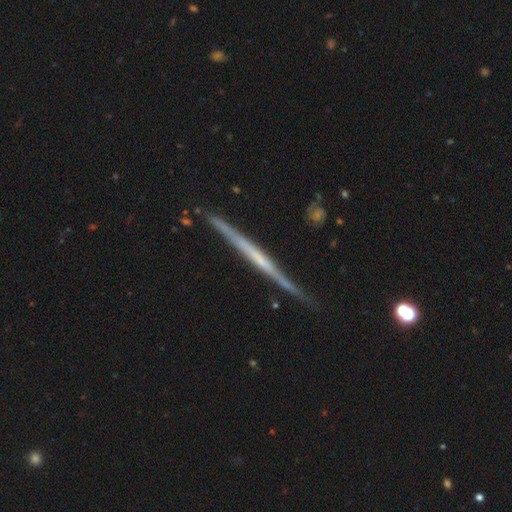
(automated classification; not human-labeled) Smooth or featured: featured or disk — 73% (smooth — 21%)
Edge-on disk: yes — 98% (no — 2%)
Edge-on bulge: none — 77% (rounded — 15%)
Merging: none — 85% (minor disturbance — 11%)